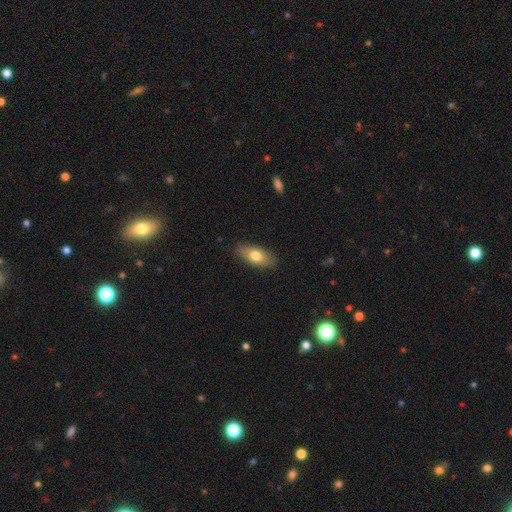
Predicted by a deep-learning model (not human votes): Morphology: type=smooth (73%); roundness=in between (85%); merging=none (85%).